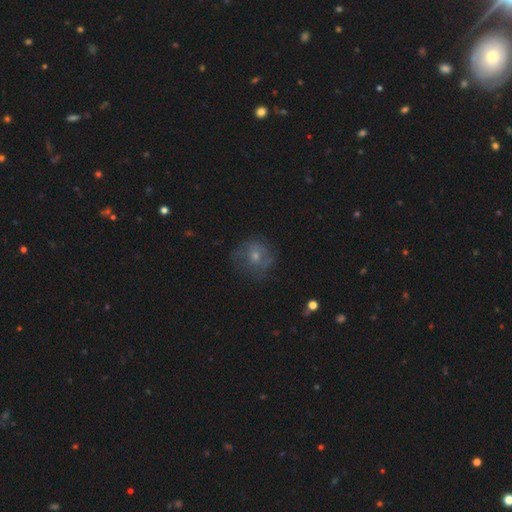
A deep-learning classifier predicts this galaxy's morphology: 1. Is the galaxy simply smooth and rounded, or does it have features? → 56% smooth, 32% featured or disk, 12% star or artifact.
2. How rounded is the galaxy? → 81% round, 19% in between, 1% cigar-shaped.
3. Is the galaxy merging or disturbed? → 62% none, 23% minor disturbance, 14% major disturbance, 2% merger.